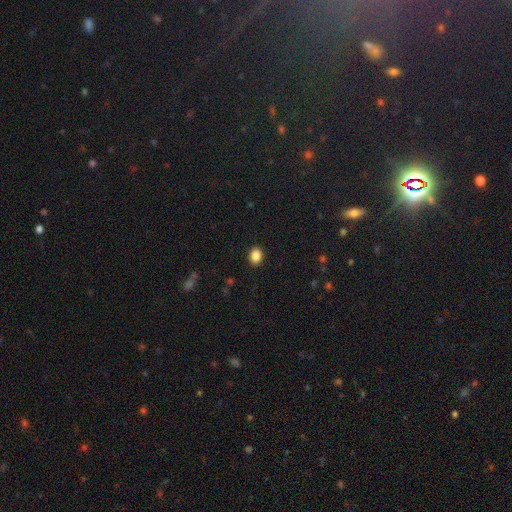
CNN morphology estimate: smooth_or_featured: smooth (p=0.88) [alt: star or artifact p=0.09]
how_rounded: in between (p=0.59) [alt: round p=0.40]
merging: none (p=0.91) [alt: minor disturbance p=0.07]